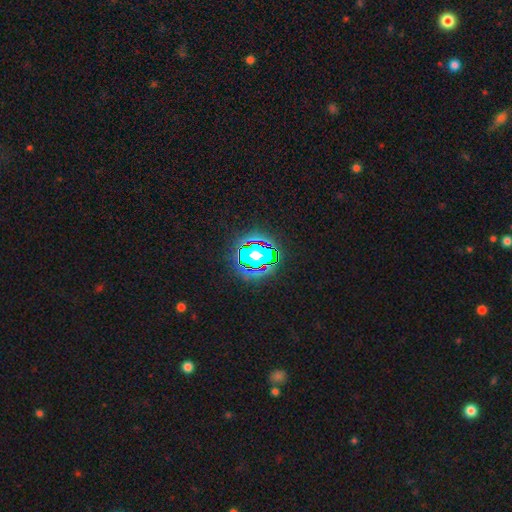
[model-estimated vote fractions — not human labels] smooth-or-featured: star or artifact: 50% | smooth: 32% | featured or disk: 18%